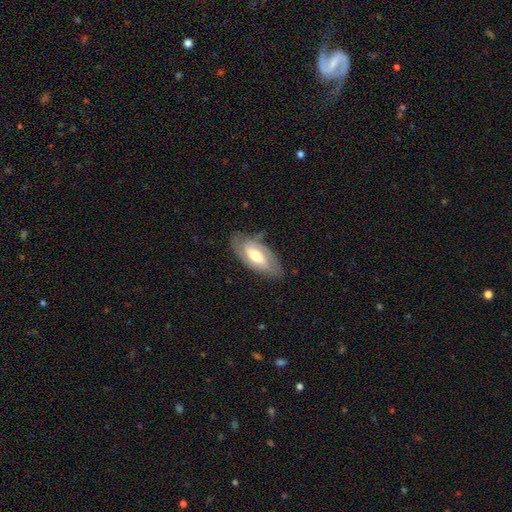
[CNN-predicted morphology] Smooth or featured?
  - featured or disk: 64% *
  - smooth: 30%
  - star or artifact: 6%
Edge-on disk?
  - no: 87% *
  - yes: 13%
Bar?
  - no: 38% * (tied)
  - weak: 38% * (tied)
  - strong: 24%
Spiral arms?
  - yes: 77% *
  - no: 23%
Bulge size?
  - moderate: 66% *
  - small: 16%
  - large: 15%
  - dominant: 1%
  - none: 1%
Merging?
  - none: 72% *
  - minor disturbance: 20%
  - major disturbance: 7%
  - merger: 1%